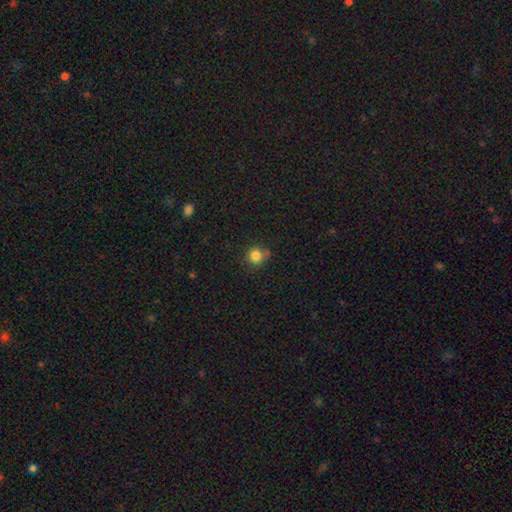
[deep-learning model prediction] Overall: smooth (83%). How rounded: round (91%). Merging: none (72%).